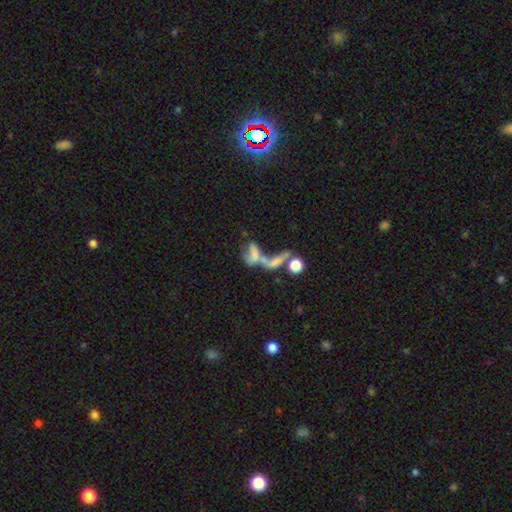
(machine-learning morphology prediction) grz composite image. It shows a smooth galaxy with no disk features (49%). Merging: merger (63%).